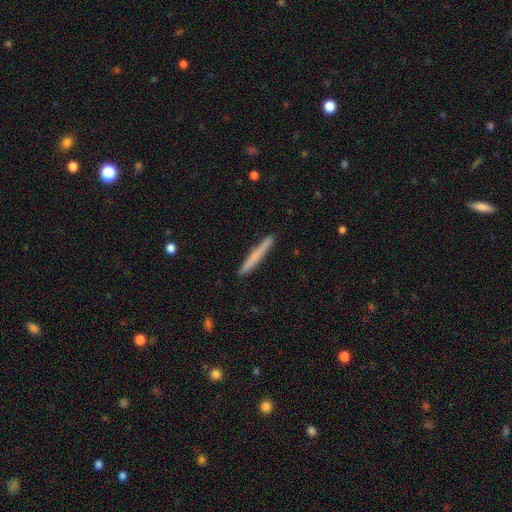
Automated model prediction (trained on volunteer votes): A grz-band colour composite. It shows a smooth galaxy with no disk features (67%) that is cigar-shaped (97%). Merging: none (91%).